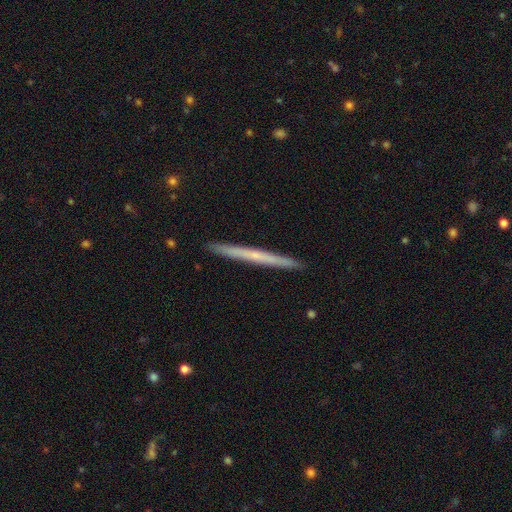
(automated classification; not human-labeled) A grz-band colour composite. It shows a featured or disk galaxy (51%) viewed edge-on (97%). Merging: none (93%).